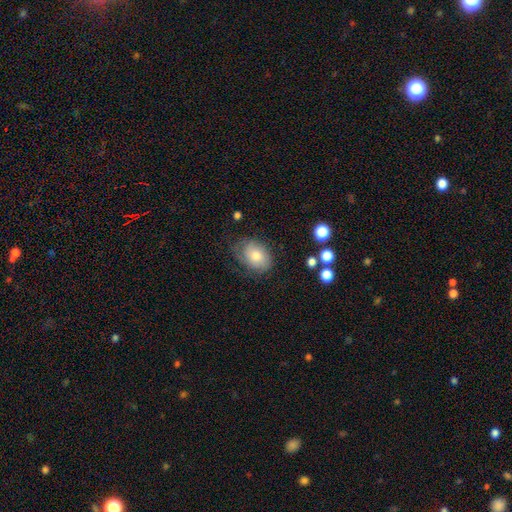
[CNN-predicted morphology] Smooth or featured: smooth — 65% (featured or disk — 27%)
How rounded: in between — 75% (round — 24%)
Merging: none — 60% (minor disturbance — 27%)